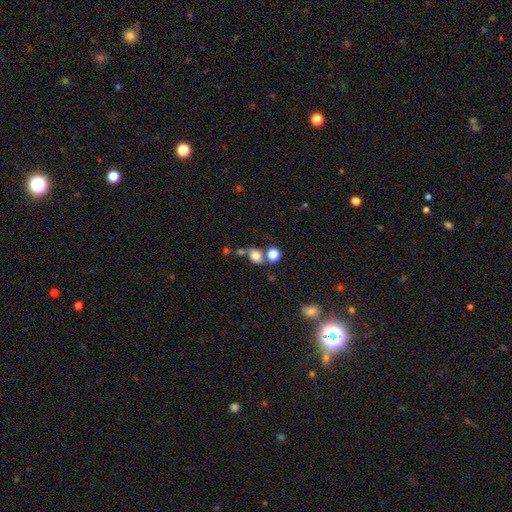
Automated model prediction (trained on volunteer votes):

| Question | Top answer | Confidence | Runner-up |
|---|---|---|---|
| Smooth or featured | smooth | 73% | featured or disk (14%) |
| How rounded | in between | 54% | round (45%) |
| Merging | none | 43% | merger (31%) |